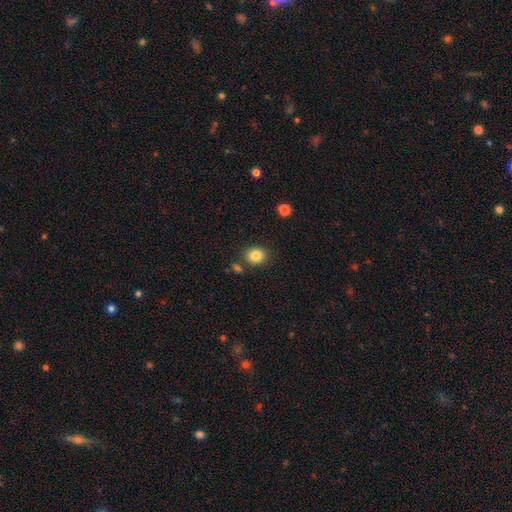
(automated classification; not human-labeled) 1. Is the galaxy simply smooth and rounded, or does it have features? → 84% smooth, 10% star or artifact, 6% featured or disk.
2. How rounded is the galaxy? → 76% round, 23% in between, 1% cigar-shaped.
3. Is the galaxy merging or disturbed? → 83% none, 9% minor disturbance, 5% merger, 3% major disturbance.